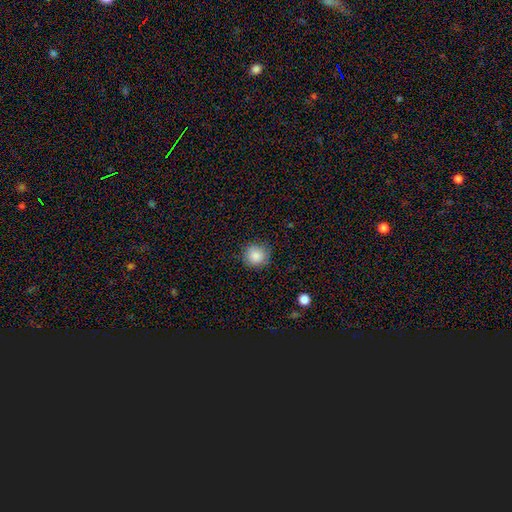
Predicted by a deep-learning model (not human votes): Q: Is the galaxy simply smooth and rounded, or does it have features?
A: smooth — 86%.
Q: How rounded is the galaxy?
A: round — 92%.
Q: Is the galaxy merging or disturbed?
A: none — 84%.